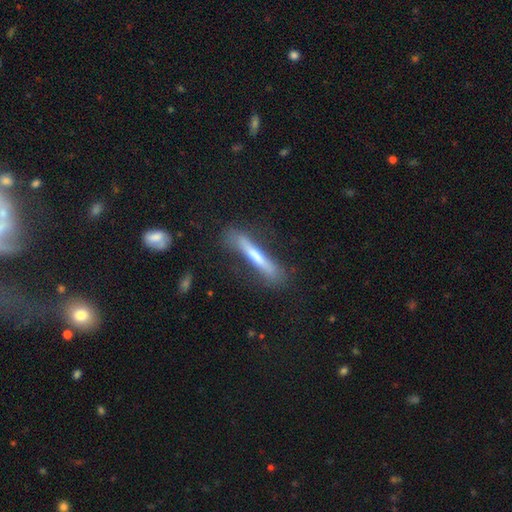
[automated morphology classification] smooth_or_featured: smooth (p=0.52) [alt: featured or disk p=0.41]
how_rounded: cigar-shaped (p=0.94) [alt: in between p=0.04]
merging: none (p=0.75) [alt: minor disturbance p=0.16]